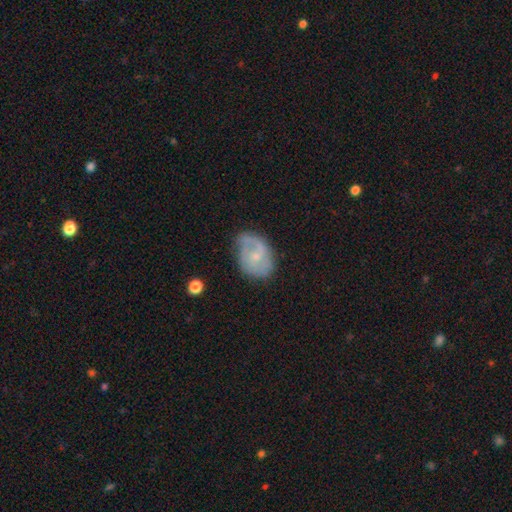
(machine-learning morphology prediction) Overall: featured or disk (63%; smooth 30%). Edge-on disk: no (97%). Bar: no (57%; weak 38%). Spiral arms: yes (81%). Bulge size: small (63%; moderate 27%). Merging: none (58%; minor disturbance 28%).